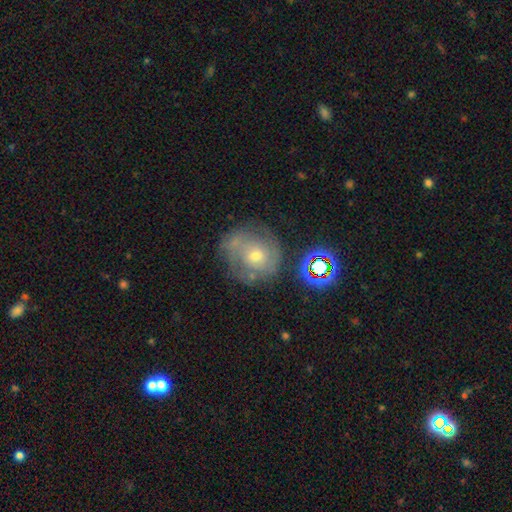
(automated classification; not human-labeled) Smooth or featured?
  - featured or disk: 55% *
  - smooth: 29%
  - star or artifact: 16%
Edge-on disk?
  - no: 97% *
  - yes: 3%
Bar?
  - no: 79% *
  - weak: 17%
  - strong: 4%
Spiral arms?
  - yes: 72% *
  - no: 28%
Bulge size?
  - small: 53% *
  - moderate: 43%
  - large: 2%
  - none: 2%
  - dominant: 1%
Merging?
  - none: 59% *
  - minor disturbance: 22%
  - major disturbance: 12%
  - merger: 8%